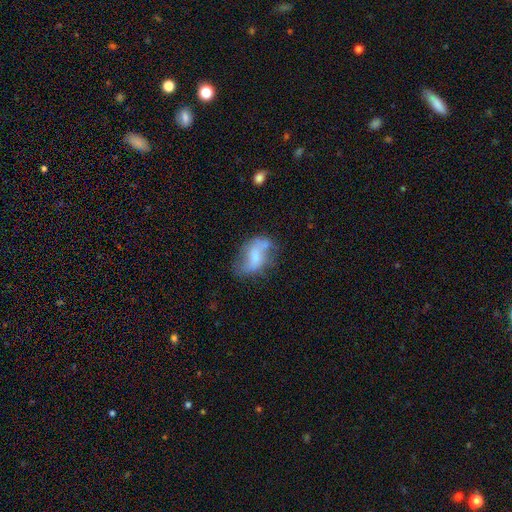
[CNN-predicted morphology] A featured or disk galaxy (48%).

Vote fractions:
- Smooth or featured? featured or disk: 48% / smooth: 44% / star or artifact: 8%
- Merging? none: 44% / minor disturbance: 29% / major disturbance: 16% / merger: 11%